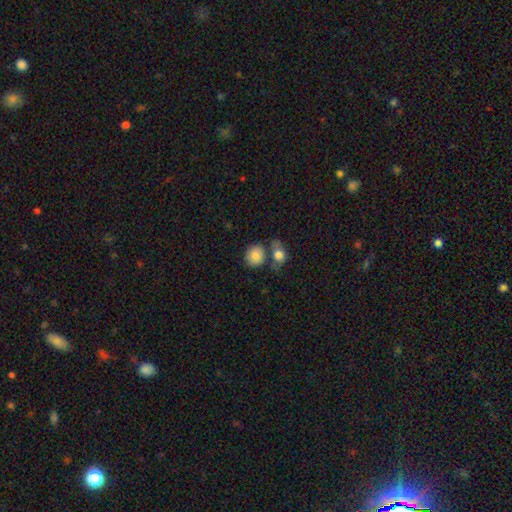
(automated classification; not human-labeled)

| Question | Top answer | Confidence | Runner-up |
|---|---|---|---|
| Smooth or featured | smooth | 82% | featured or disk (10%) |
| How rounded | round | 69% | in between (30%) |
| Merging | none | 49% | merger (32%) |